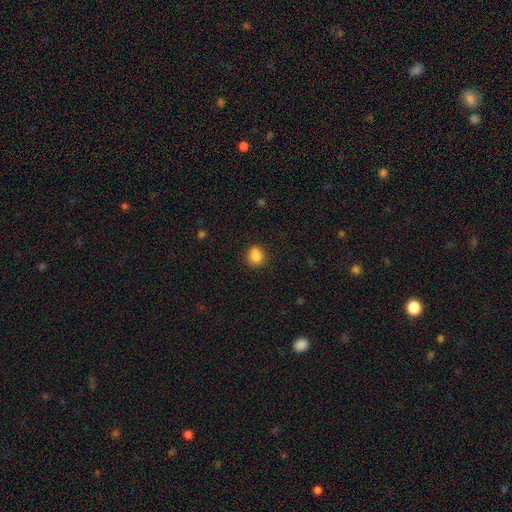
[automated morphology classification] The model was most divided on "how rounded": round: 76%, in between: 23%, cigar-shaped: 1%. More confident: smooth or featured — smooth (83%); merging — none (73%).